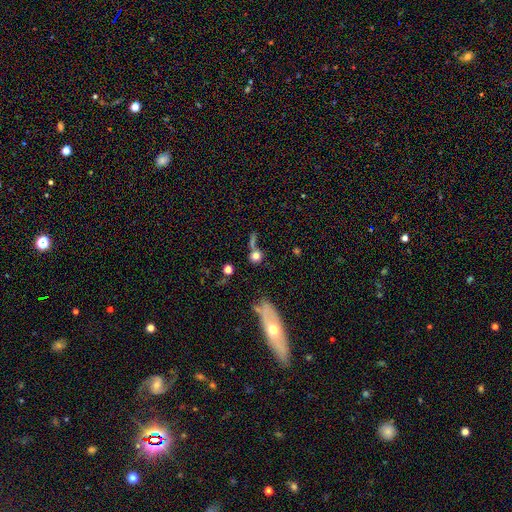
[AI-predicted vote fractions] Q: Smooth or featured?
A: smooth (76%); runner-up: star or artifact (13%)
Q: How rounded?
A: round (85%); runner-up: in between (12%)
Q: Merging?
A: none (54%); runner-up: merger (26%)